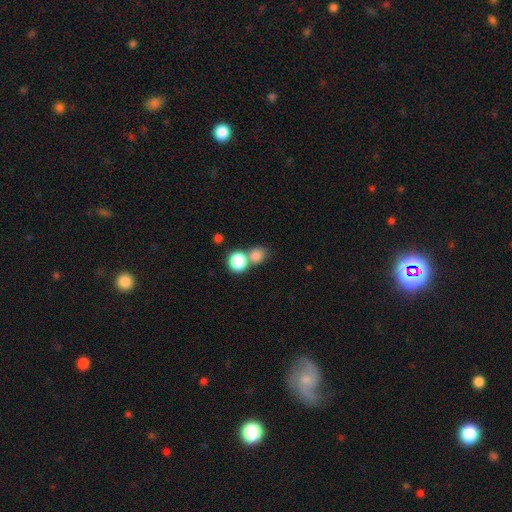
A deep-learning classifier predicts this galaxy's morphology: Q: Smooth or featured?
A: smooth (80%); runner-up: star or artifact (13%)
Q: How rounded?
A: round (71%); runner-up: in between (28%)
Q: Merging?
A: none (45%); runner-up: merger (42%)